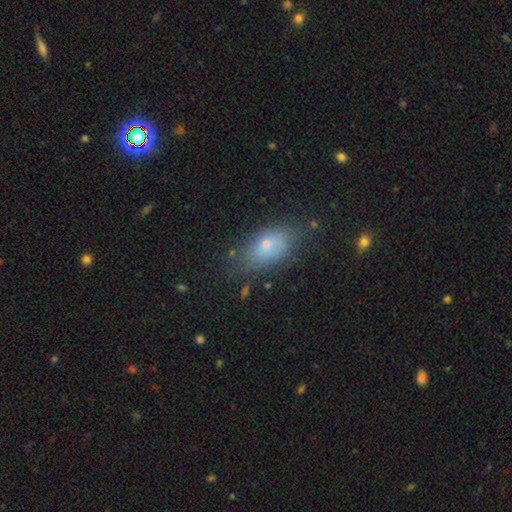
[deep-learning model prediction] Q: Smooth or featured?
A: smooth (62%); runner-up: star or artifact (22%)
Q: How rounded?
A: in between (82%); runner-up: round (12%)
Q: Merging?
A: none (80%); runner-up: minor disturbance (13%)